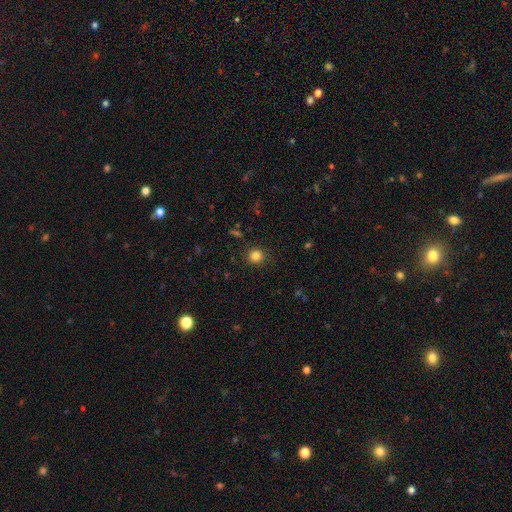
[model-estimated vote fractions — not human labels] This is clearly a smooth galaxy (83%). How rounded: clearly round (90%). Merging: clearly none (90%).